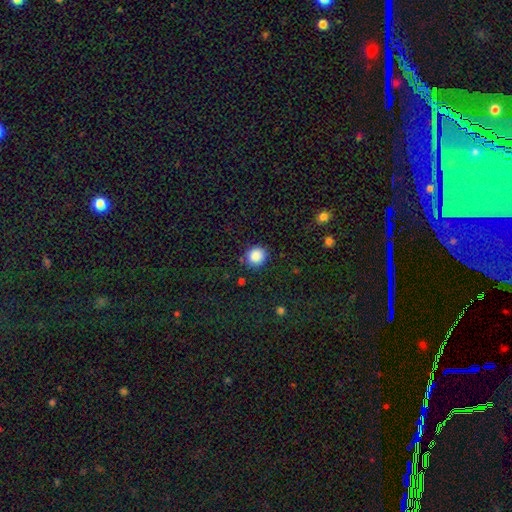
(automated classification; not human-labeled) A smooth galaxy with no disk features (87%) that is round (91%). Merging: none (88%).